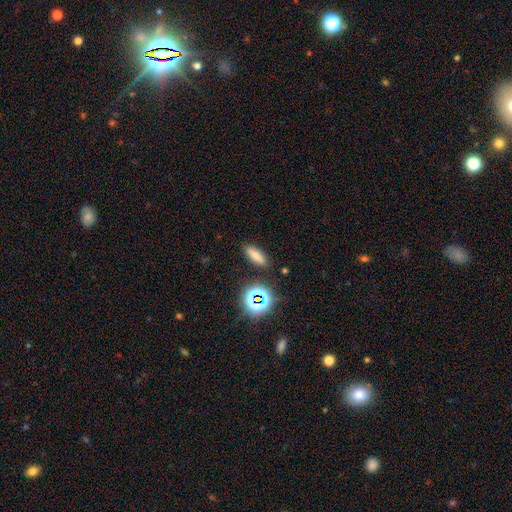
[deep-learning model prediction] smooth_or_featured: smooth (p=0.69) [alt: star or artifact p=0.20]
how_rounded: in between (p=0.56) [alt: cigar-shaped p=0.36]
merging: none (p=0.87) [alt: minor disturbance p=0.08]